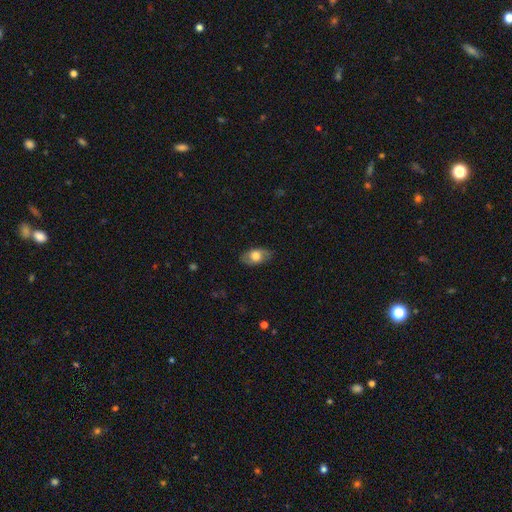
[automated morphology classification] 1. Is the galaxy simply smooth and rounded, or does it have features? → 66% smooth, 27% featured or disk, 7% star or artifact.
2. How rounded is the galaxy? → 89% in between, 8% round, 2% cigar-shaped.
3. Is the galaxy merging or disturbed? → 81% none, 14% minor disturbance, 4% major disturbance, 1% merger.